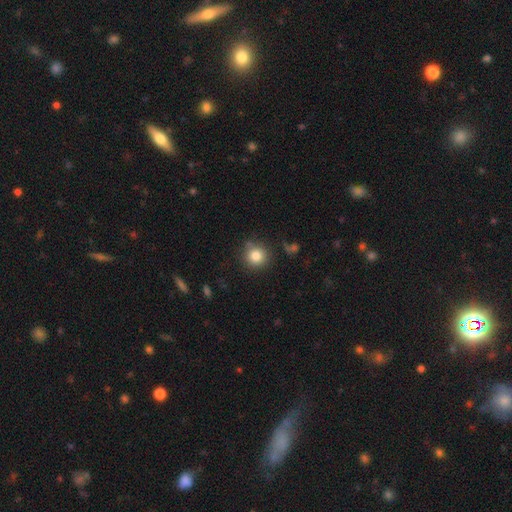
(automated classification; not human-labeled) This is clearly a smooth galaxy (82%). How rounded: clearly round (92%). Merging: clearly none (82%).